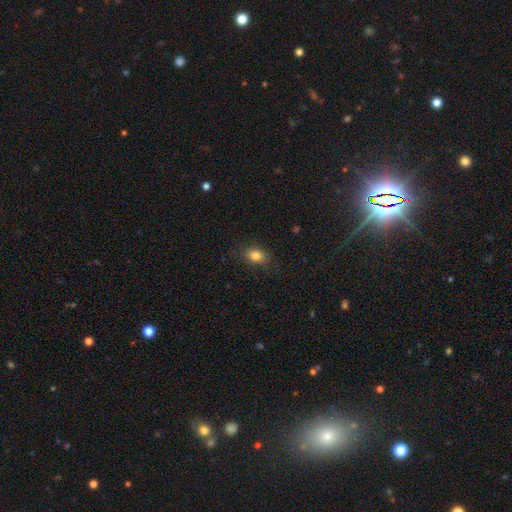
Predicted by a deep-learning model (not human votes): Smooth or featured? smooth (83%)
How rounded? in between (73%)
Merging? none (82%)